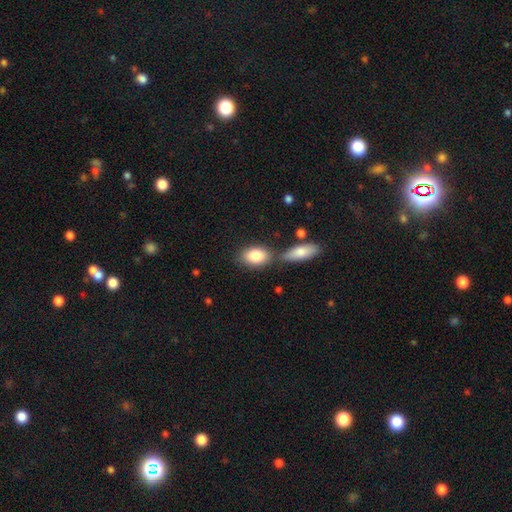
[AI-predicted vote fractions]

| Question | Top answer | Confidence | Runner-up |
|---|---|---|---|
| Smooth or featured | smooth | 82% | featured or disk (11%) |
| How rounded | in between | 84% | round (13%) |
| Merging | none | 63% | merger (21%) |